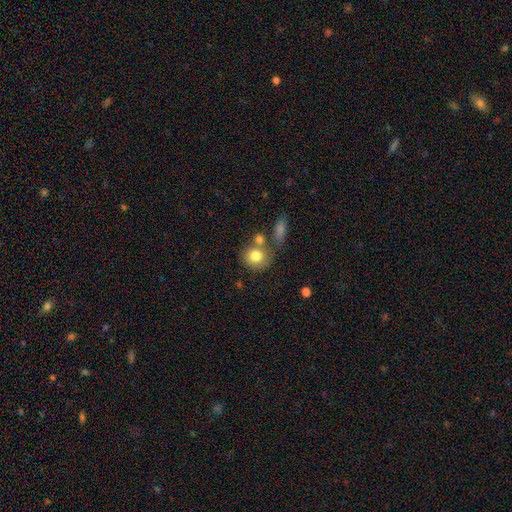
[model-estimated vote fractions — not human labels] A smooth galaxy with no disk features (80%) that is round (80%). Merging: none (58%).